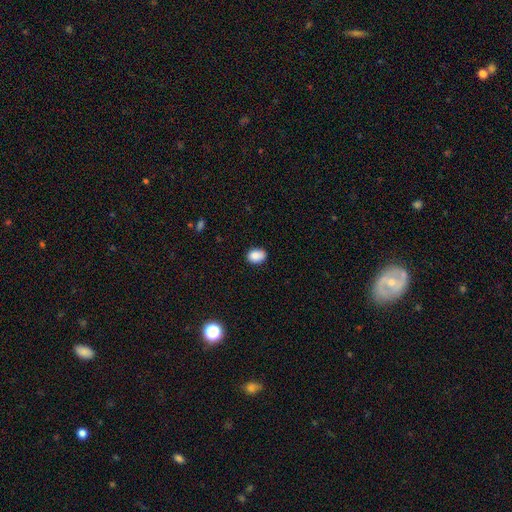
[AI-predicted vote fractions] A smooth galaxy with no disk features (86%) that is in between round and cigar-shaped (68%). Merging: none (78%).